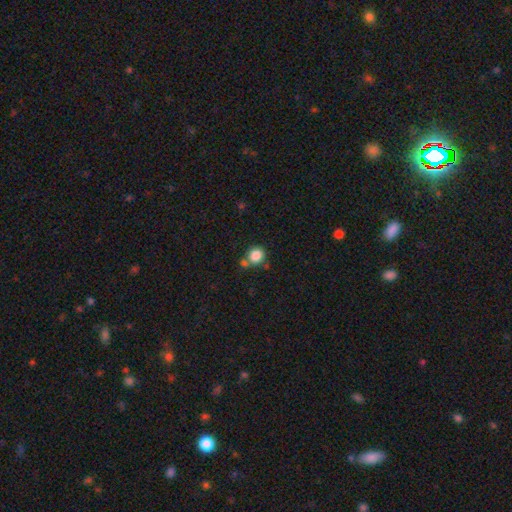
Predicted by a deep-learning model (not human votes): smooth_or_featured: smooth (p=0.85) [alt: star or artifact p=0.10]
how_rounded: round (p=0.83) [alt: in between p=0.16]
merging: none (p=0.61) [alt: merger p=0.22]